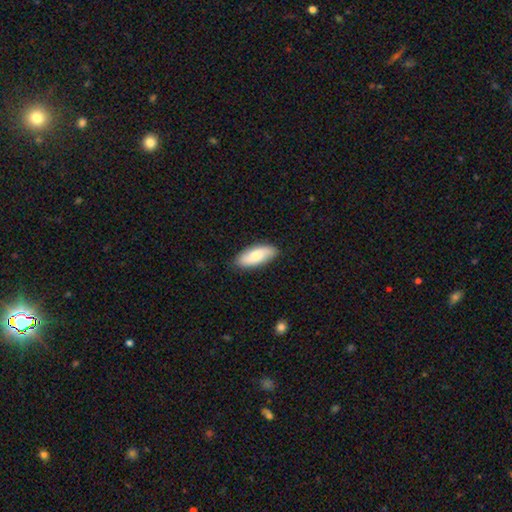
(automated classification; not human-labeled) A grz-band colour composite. It shows a smooth galaxy with no disk features (77%) that is in between round and cigar-shaped (80%). Merging: none (86%).